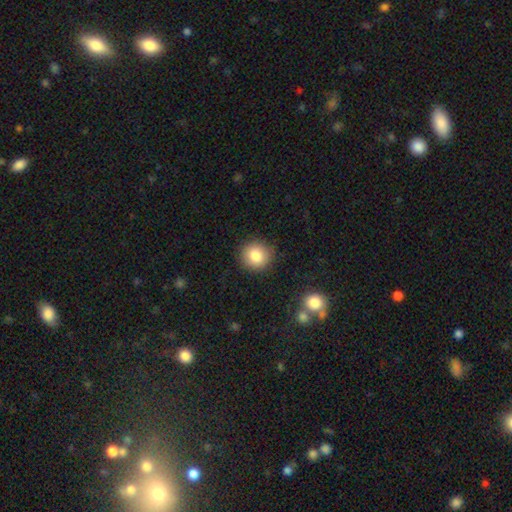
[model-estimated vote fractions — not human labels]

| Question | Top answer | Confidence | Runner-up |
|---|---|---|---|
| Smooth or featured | smooth | 83% | star or artifact (10%) |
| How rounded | round | 91% | in between (8%) |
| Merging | none | 89% | minor disturbance (7%) |